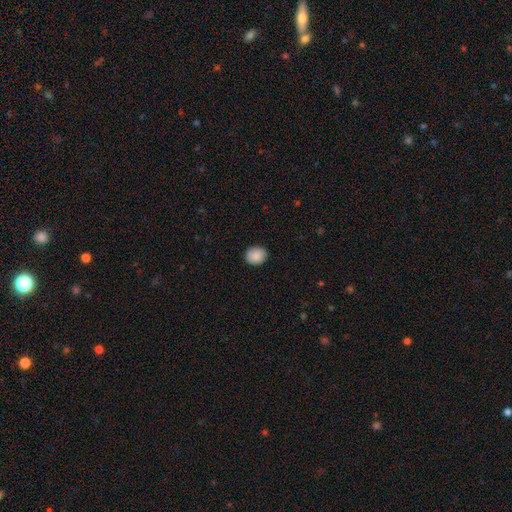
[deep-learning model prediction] smooth_or_featured: smooth (p=0.89) [alt: star or artifact p=0.08]
how_rounded: round (p=0.67) [alt: in between p=0.32]
merging: none (p=0.88) [alt: minor disturbance p=0.09]